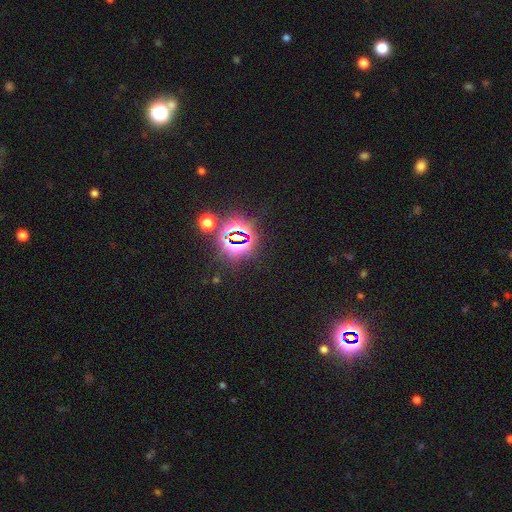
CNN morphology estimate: A star or artifact, not a galaxy (81%).